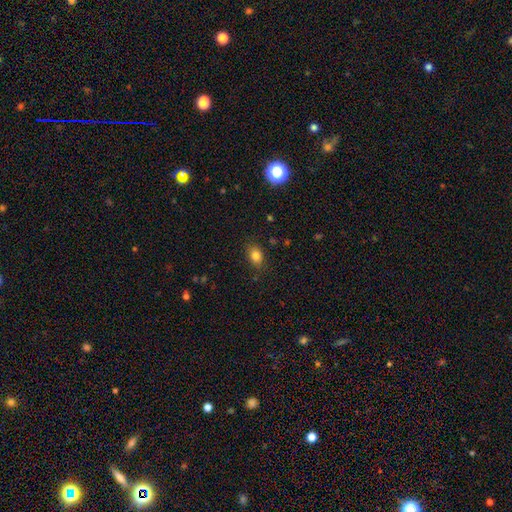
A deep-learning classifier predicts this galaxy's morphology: Smooth or featured: smooth — 82% (star or artifact — 11%)
How rounded: in between — 71% (round — 27%)
Merging: none — 84% (minor disturbance — 11%)